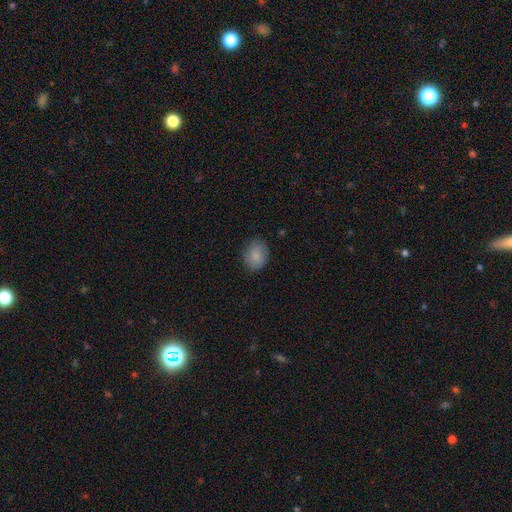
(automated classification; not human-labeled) Overall: smooth (85%). How rounded: in between (55%; round 44%). Merging: none (81%).